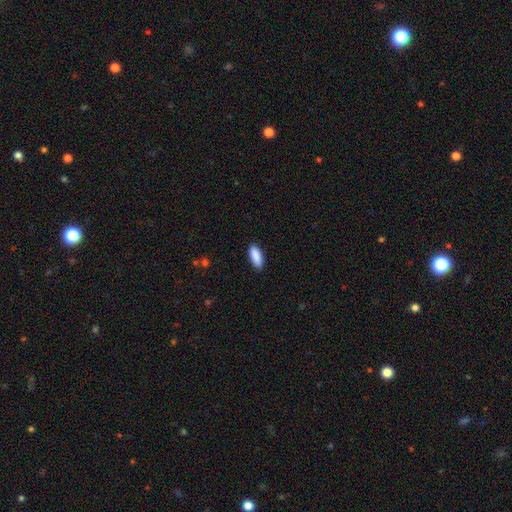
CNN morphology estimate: A smooth galaxy with no disk features (90%) that is in between round and cigar-shaped (76%).

Vote fractions:
- Smooth or featured? smooth: 90% / star or artifact: 6% / featured or disk: 4%
- How rounded? in between: 76% / cigar-shaped: 22% / round: 2%
- Merging? none: 88% / minor disturbance: 9% / major disturbance: 2% / merger: 1%